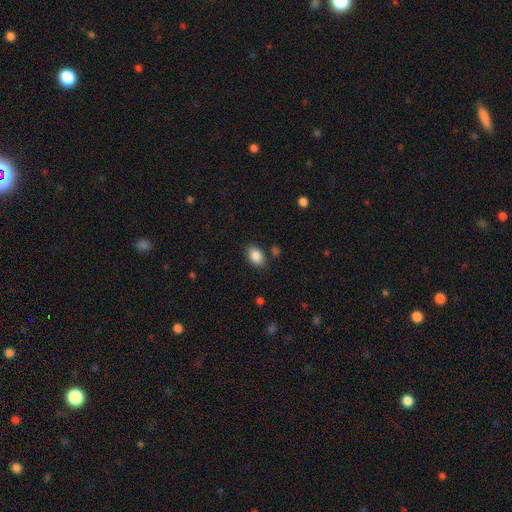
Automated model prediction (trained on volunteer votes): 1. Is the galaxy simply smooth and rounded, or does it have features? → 87% smooth, 8% star or artifact, 5% featured or disk.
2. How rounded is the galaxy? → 84% in between, 14% round, 1% cigar-shaped.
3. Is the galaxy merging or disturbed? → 83% none, 11% minor disturbance, 3% major disturbance, 3% merger.